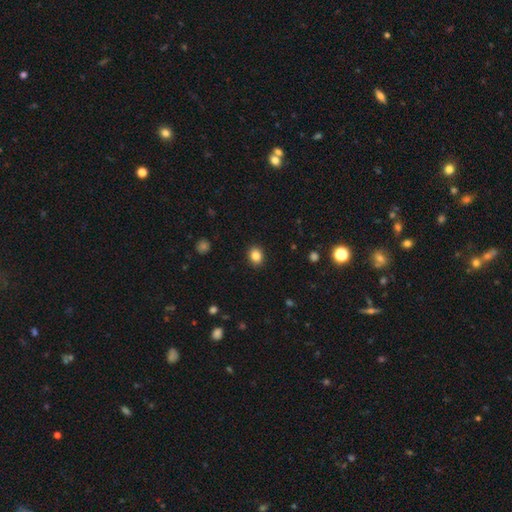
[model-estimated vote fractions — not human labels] Smooth or featured: smooth — 85% (star or artifact — 10%)
How rounded: round — 59% (in between — 40%)
Merging: none — 90% (minor disturbance — 7%)